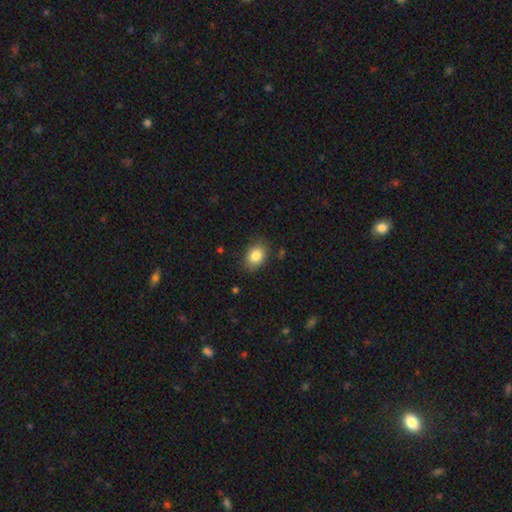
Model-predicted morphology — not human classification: smooth-or-featured: smooth: 84% | star or artifact: 9% | featured or disk: 7%
  how-rounded: in between: 69% | round: 30% | cigar-shaped: 1%
  merging: none: 83% | minor disturbance: 12% | major disturbance: 3% | merger: 1%